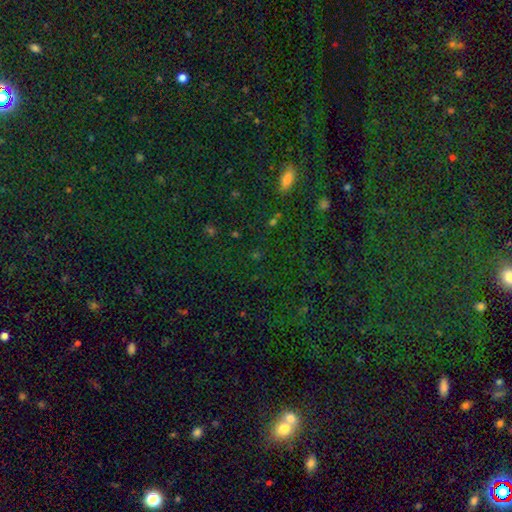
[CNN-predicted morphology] This appears to be a star or artifact, not a galaxy (65%).